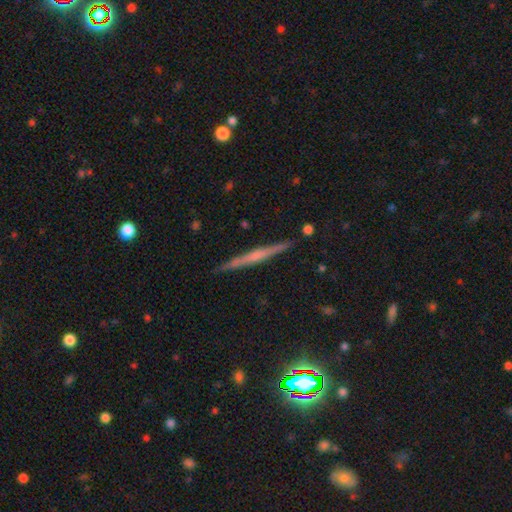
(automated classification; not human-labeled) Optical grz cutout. It shows a featured or disk galaxy (65%) viewed edge-on (98%) with no central bulge (46%). Merging: none (91%).